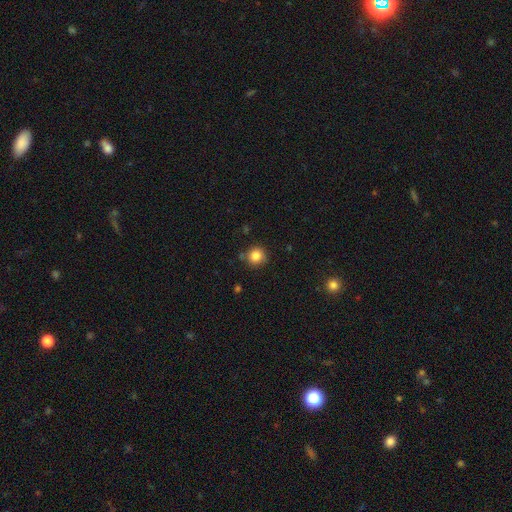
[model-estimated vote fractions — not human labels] Smooth or featured? smooth (84%)
How rounded? round (92%)
Merging? none (83%)